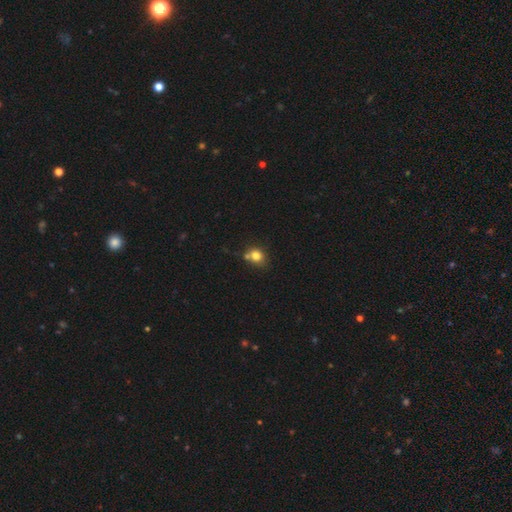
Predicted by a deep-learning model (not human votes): Smooth or featured? Predicted: smooth (p=0.80). How rounded? Predicted: round (p=0.73). Merging? Predicted: none (p=0.57).